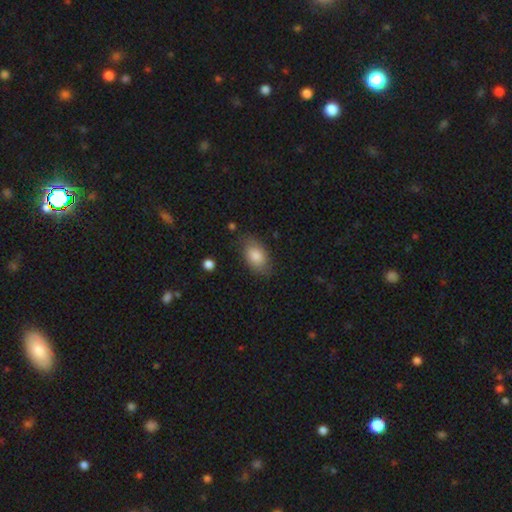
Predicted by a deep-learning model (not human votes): smooth_or_featured: smooth (p=0.81) [alt: featured or disk p=0.12]
how_rounded: in between (p=0.90) [alt: round p=0.09]
merging: none (p=0.77) [alt: minor disturbance p=0.17]